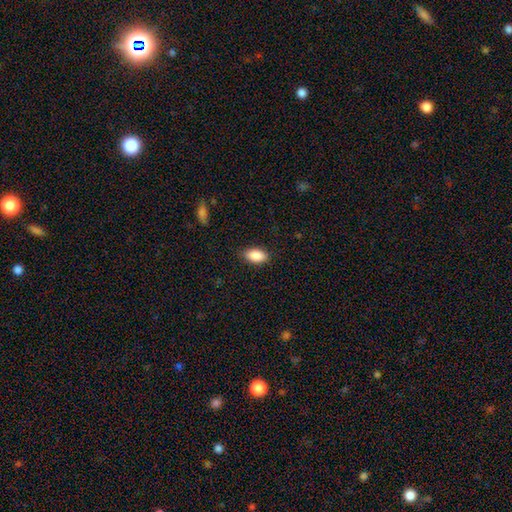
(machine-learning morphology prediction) A smooth galaxy with no disk features (89%) that is in between round and cigar-shaped (93%). Merging: none (87%).